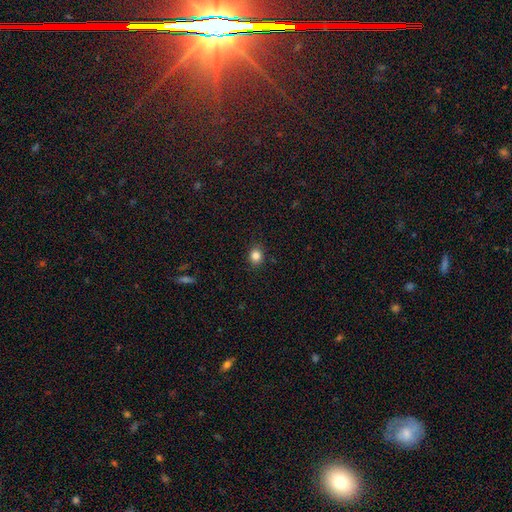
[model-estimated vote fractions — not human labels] smooth_or_featured: smooth (p=0.84) [alt: star or artifact p=0.11]
how_rounded: round (p=0.69) [alt: in between p=0.30]
merging: none (p=0.89) [alt: minor disturbance p=0.08]